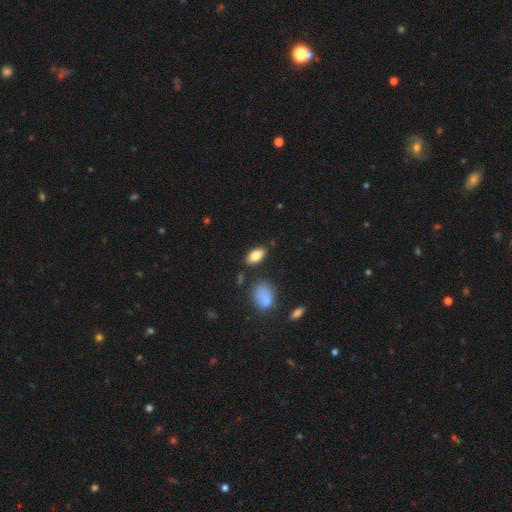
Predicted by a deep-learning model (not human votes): Q: Smooth or featured?
A: smooth (79%); runner-up: featured or disk (13%)
Q: How rounded?
A: in between (89%); runner-up: cigar-shaped (7%)
Q: Merging?
A: none (83%); runner-up: minor disturbance (11%)